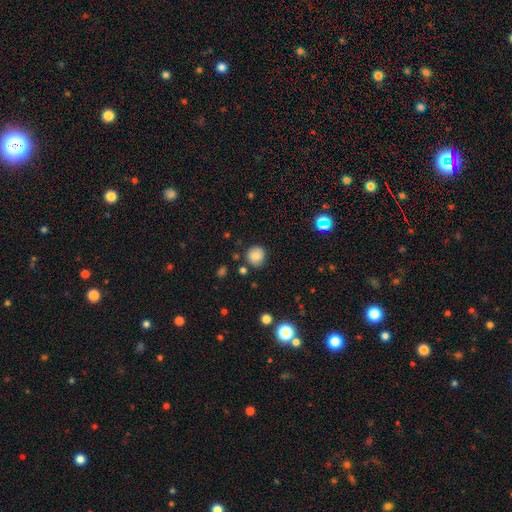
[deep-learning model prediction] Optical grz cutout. It shows a smooth galaxy with no disk features (81%) that is round (92%). Merging: none (81%).